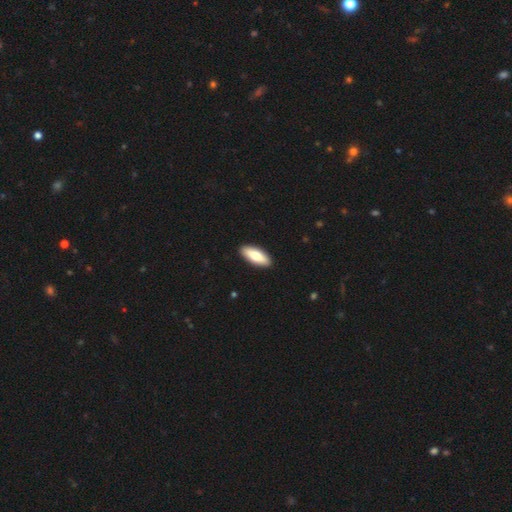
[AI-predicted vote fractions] Smooth or featured?
  - smooth: 74% *
  - featured or disk: 21%
  - star or artifact: 5%
How rounded?
  - in between: 76% *
  - cigar-shaped: 22%
  - round: 2%
Merging?
  - none: 92% *
  - minor disturbance: 6%
  - major disturbance: 1%
  - merger: 1%